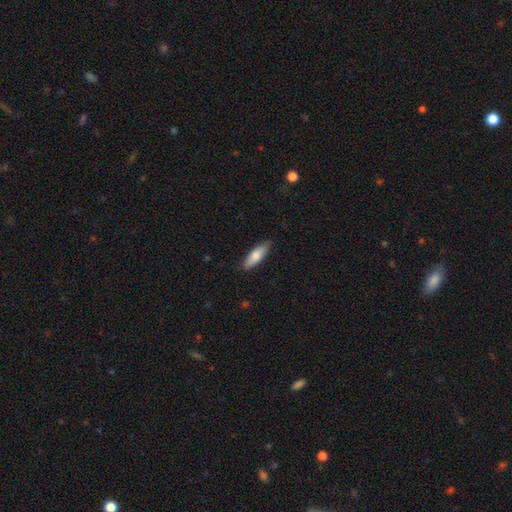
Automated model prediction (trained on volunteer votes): Morphology: type=smooth (69%); roundness=in between (50%); merging=none (84%).